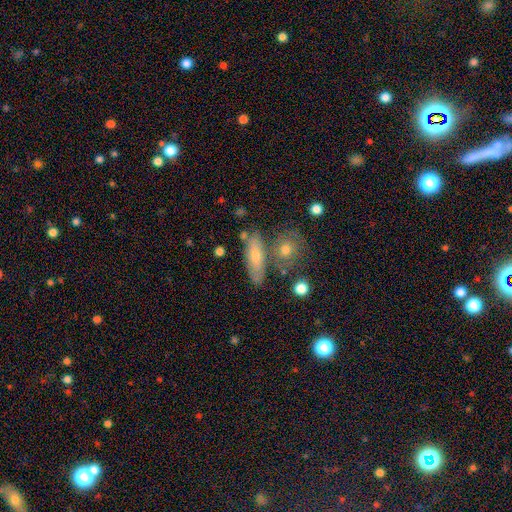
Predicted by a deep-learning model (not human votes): This is possibly a smooth galaxy (57%). How rounded: possibly cigar-shaped (53%). Merging: likely none (65%).